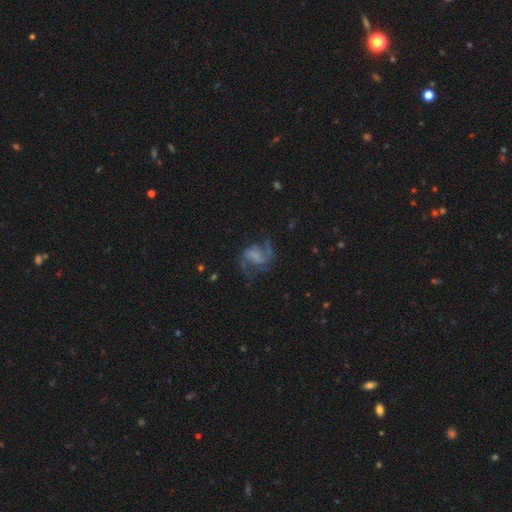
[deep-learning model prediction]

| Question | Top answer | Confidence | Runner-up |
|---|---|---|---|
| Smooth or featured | featured or disk | 77% | smooth (14%) |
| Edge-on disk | no | 98% | yes (2%) |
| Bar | no | 50% | weak (37%) |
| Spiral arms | yes | 93% | no (7%) |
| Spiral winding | medium | 45% | loose (43%) |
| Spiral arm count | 2 | 84% | can't tell (5%) |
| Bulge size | none | 60% | small (13%) |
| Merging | none | 58% | major disturbance (23%) |